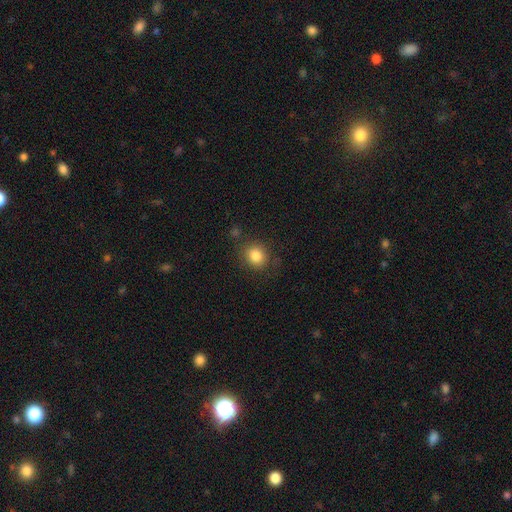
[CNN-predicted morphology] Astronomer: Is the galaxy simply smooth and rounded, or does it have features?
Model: smooth — 84%.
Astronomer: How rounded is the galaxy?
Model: round — 79%.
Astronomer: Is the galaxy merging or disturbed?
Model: none — 81%.